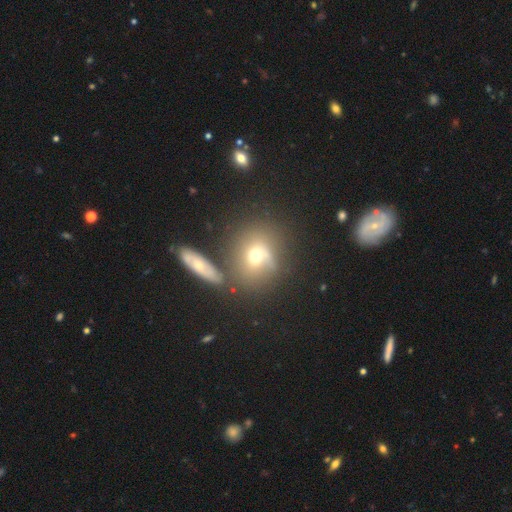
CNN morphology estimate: Q: Smooth or featured?
A: smooth (64%); runner-up: featured or disk (23%)
Q: How rounded?
A: round (72%); runner-up: in between (26%)
Q: Merging?
A: none (58%); runner-up: merger (20%)